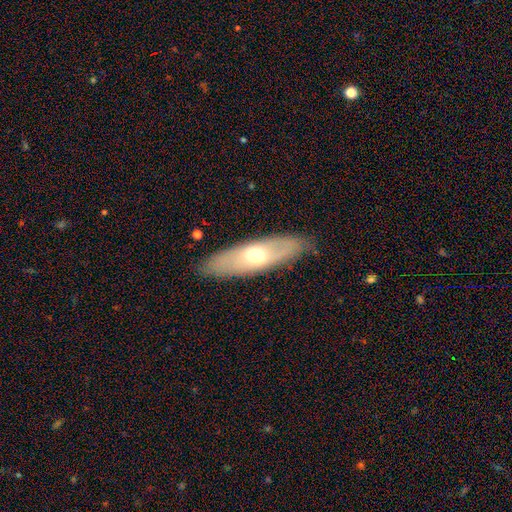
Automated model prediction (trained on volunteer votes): smooth_or_featured: smooth (p=0.51) [alt: featured or disk p=0.43]
how_rounded: in between (p=0.52) [alt: cigar-shaped p=0.46]
merging: none (p=0.83) [alt: minor disturbance p=0.12]